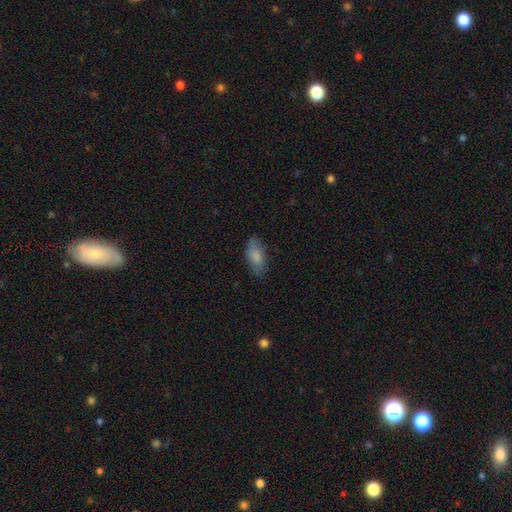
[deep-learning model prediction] Q: Smooth or featured?
A: smooth (82%); runner-up: featured or disk (11%)
Q: How rounded?
A: in between (88%); runner-up: cigar-shaped (9%)
Q: Merging?
A: none (75%); runner-up: minor disturbance (19%)